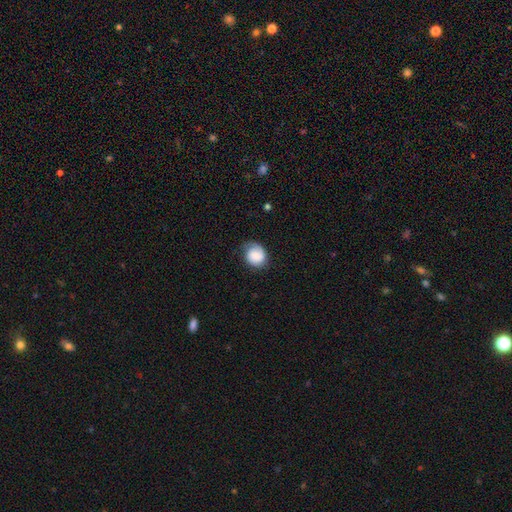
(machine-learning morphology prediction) smooth 66%, featured or disk 27%, star or artifact 8%. Down the decision tree: how rounded — round (70%); merging — none (59%).